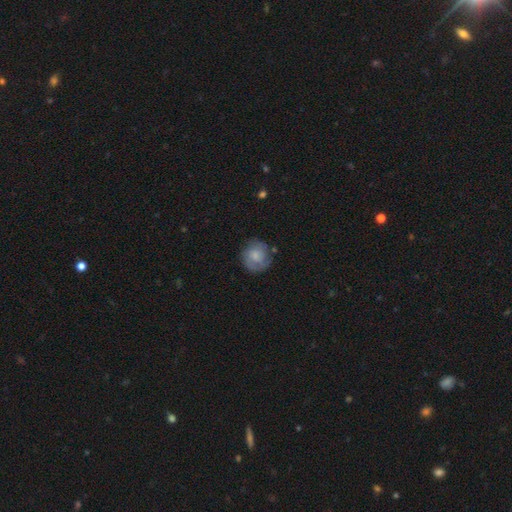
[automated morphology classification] Smooth or featured? Predicted: smooth (p=0.52). How rounded? Predicted: round (p=0.87). Merging? Predicted: none (p=0.70).